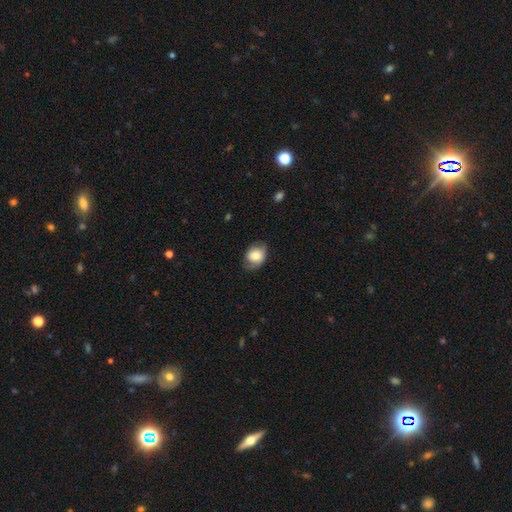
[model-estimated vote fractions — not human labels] The model was most divided on "how rounded": in between: 61%, round: 38%, cigar-shaped: 1%. More confident: smooth or featured — smooth (70%); merging — none (61%).